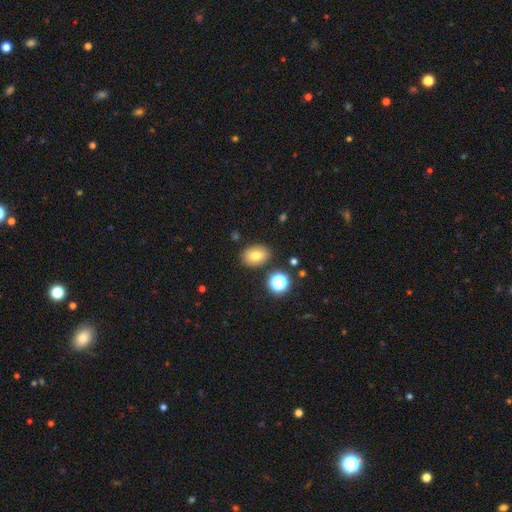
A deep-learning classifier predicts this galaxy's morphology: type=smooth (75%); roundness=in between (72%); merging=none (85%).